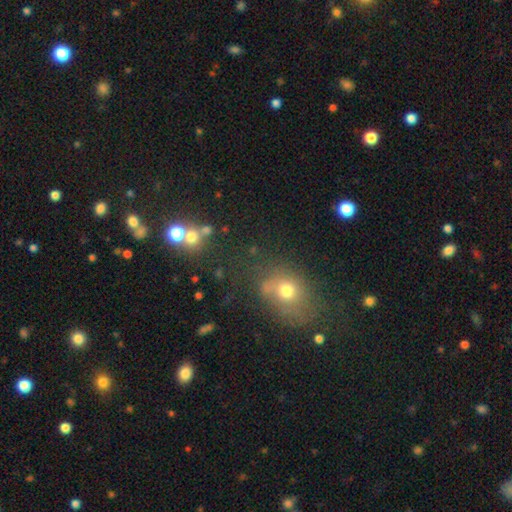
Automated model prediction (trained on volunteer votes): A smooth galaxy with no disk features (57%) that is round (55%). Merging: none (69%).